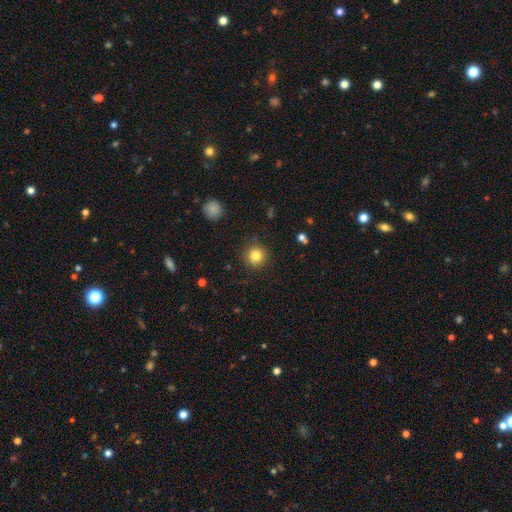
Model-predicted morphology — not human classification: Overall: smooth (83%). How rounded: round (94%). Merging: none (89%).